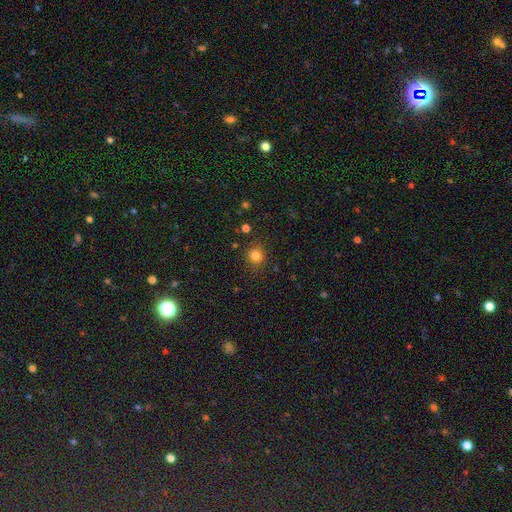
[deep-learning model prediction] smooth_or_featured: smooth (p=0.81) [alt: star or artifact p=0.14]
how_rounded: round (p=0.89) [alt: in between p=0.10]
merging: none (p=0.87) [alt: minor disturbance p=0.08]